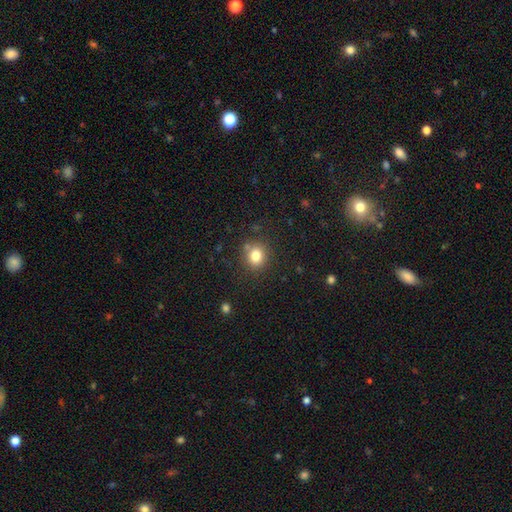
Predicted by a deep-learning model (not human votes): smooth-or-featured: smooth: 81% | star or artifact: 12% | featured or disk: 7%
  how-rounded: round: 75% | in between: 24% | cigar-shaped: 1%
  merging: none: 81% | minor disturbance: 11% | merger: 5% | major disturbance: 4%